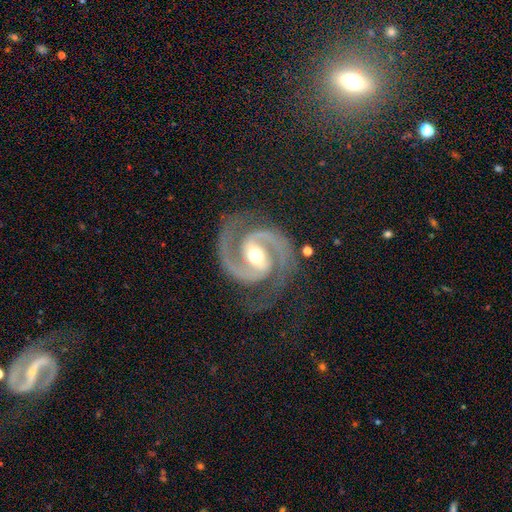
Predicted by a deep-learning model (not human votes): A featured or disk galaxy (94%) with a strong bar (40%), 2 (94%) medium (54%) spiral arms (99%) and a moderate central bulge (66%). Merging: none (81%).